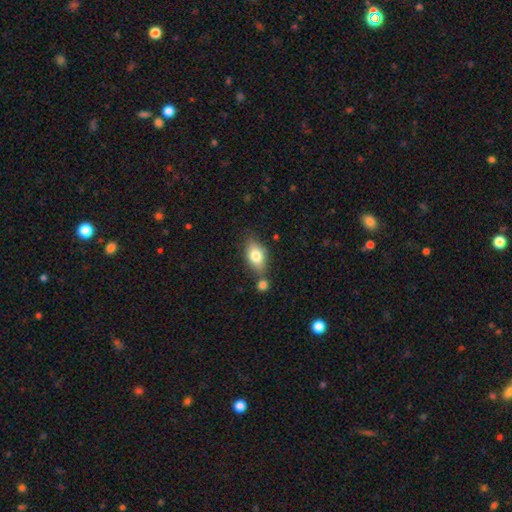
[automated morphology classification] Smooth or featured: smooth — 76% (featured or disk — 16%)
How rounded: in between — 86% (round — 9%)
Merging: none — 62% (merger — 18%)